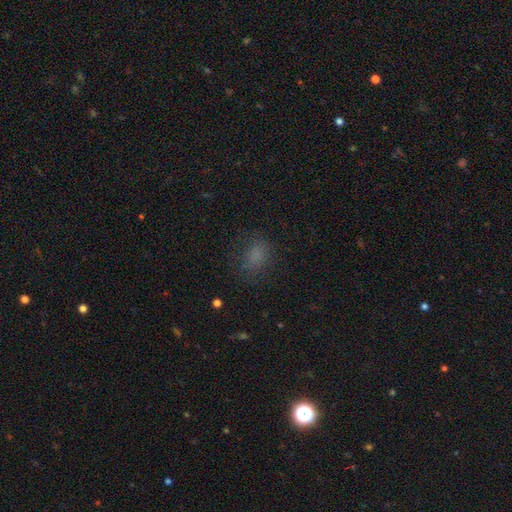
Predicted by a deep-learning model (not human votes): smooth 74%, star or artifact 18%, featured or disk 8%. Down the decision tree: how rounded — in between (67%); merging — none (71%).